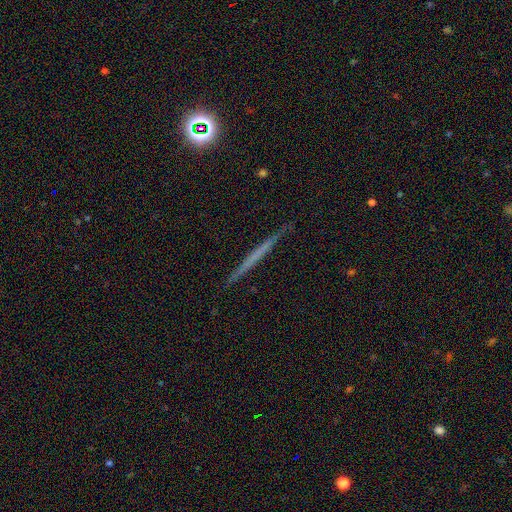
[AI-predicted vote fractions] smooth_or_featured: featured or disk (p=0.50) [alt: smooth p=0.38]
disk_edge_on: yes (p=0.97) [alt: no p=0.03]
merging: none (p=0.91) [alt: minor disturbance p=0.06]